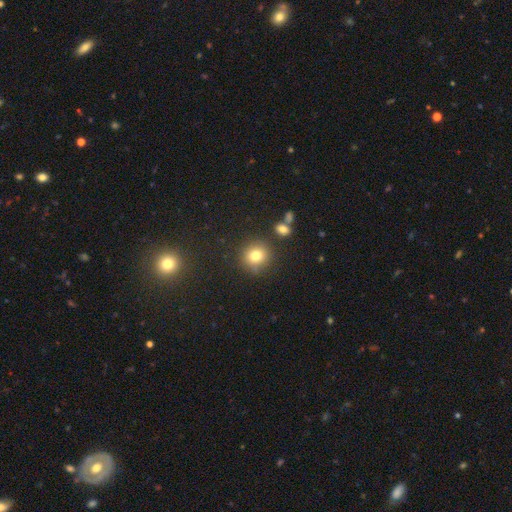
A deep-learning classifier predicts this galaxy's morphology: Overall: smooth (78%). How rounded: round (90%). Merging: none (84%).